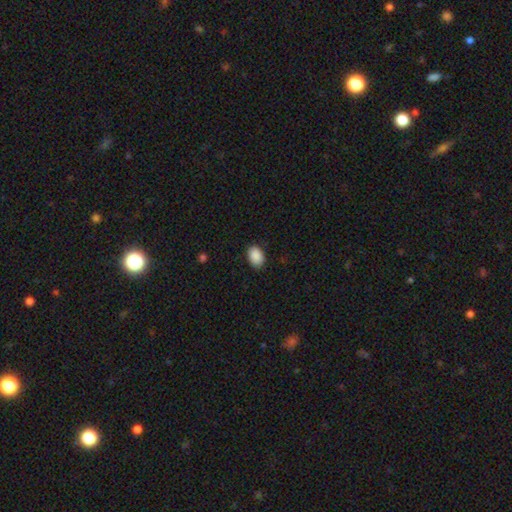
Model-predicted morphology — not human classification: A smooth galaxy with no disk features (90%) that is in between round and cigar-shaped (84%). Merging: none (86%).